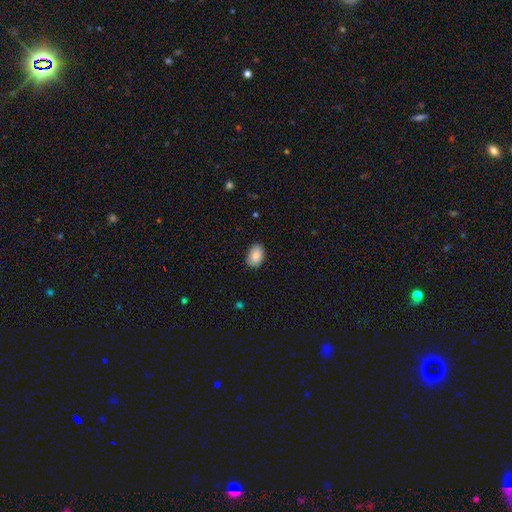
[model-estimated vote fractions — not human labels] This is clearly a smooth galaxy (87%). How rounded: clearly in between (83%). Merging: clearly none (86%).